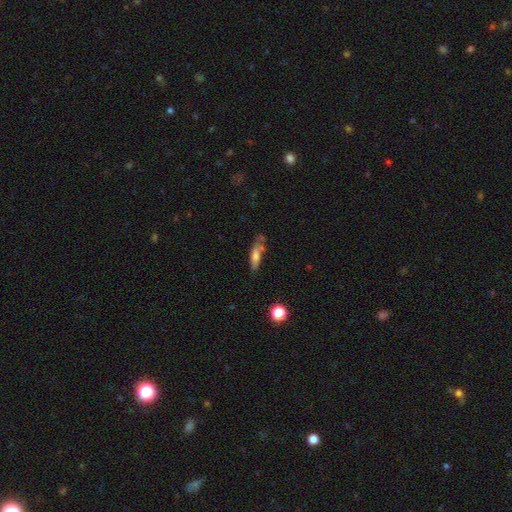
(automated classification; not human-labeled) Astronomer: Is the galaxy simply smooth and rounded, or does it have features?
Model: smooth — 62%.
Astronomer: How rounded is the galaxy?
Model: cigar-shaped — 57% (runner-up: in between, 40%).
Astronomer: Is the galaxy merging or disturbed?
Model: none — 52% (runner-up: minor disturbance, 27%).